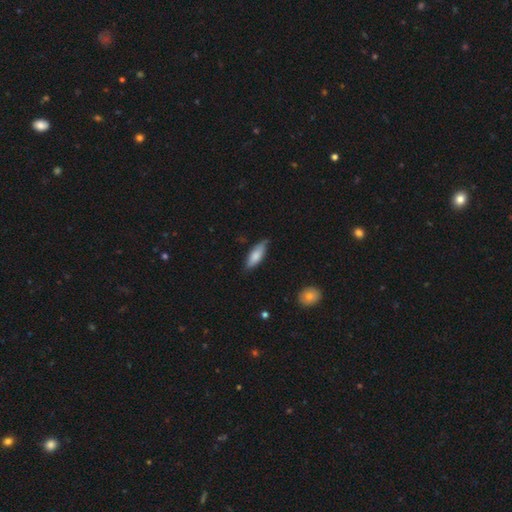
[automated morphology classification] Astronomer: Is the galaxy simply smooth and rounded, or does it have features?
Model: smooth — 77%.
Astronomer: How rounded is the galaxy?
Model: in between — 63%.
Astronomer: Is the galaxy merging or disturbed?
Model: none — 71%.